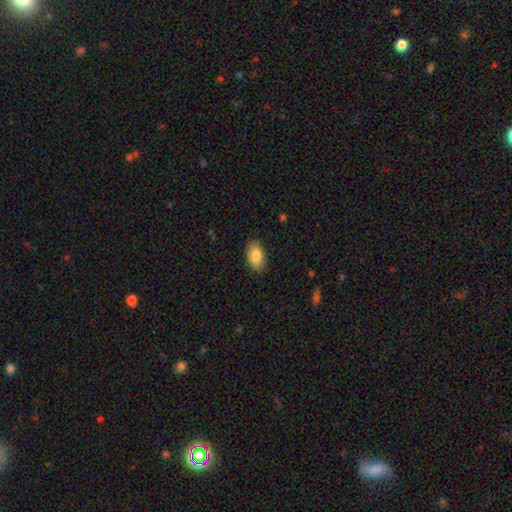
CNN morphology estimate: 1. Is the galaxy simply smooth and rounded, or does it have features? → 85% smooth, 9% featured or disk, 7% star or artifact.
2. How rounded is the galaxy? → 92% in between, 7% round, 1% cigar-shaped.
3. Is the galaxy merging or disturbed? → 84% none, 12% minor disturbance, 2% major disturbance, 1% merger.